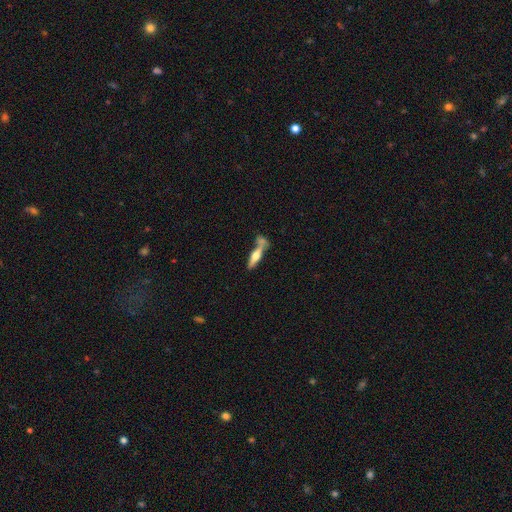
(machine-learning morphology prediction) This is possibly a featured or disk galaxy (53%). It is clearly viewed edge-on (91%). Merging: possibly none (54%).